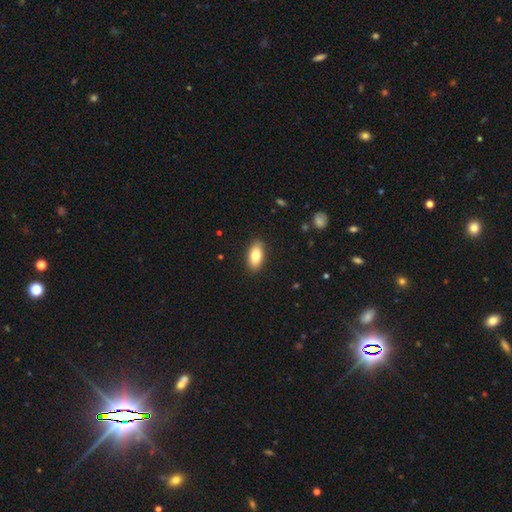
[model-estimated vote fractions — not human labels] This is clearly a smooth galaxy (81%). How rounded: clearly in between (89%). Merging: clearly none (88%).